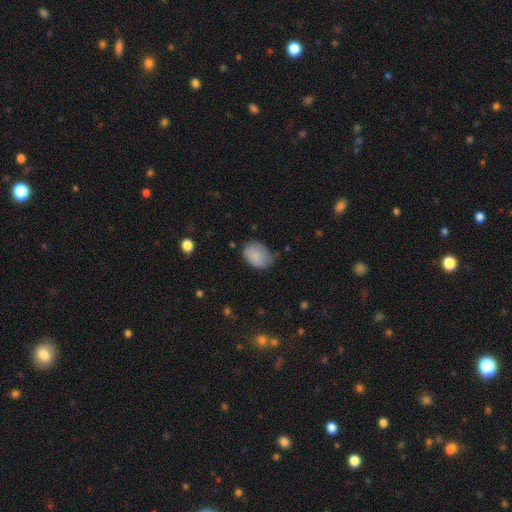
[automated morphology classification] Smooth or featured? smooth (87%)
How rounded? in between (79%)
Merging? none (62%)